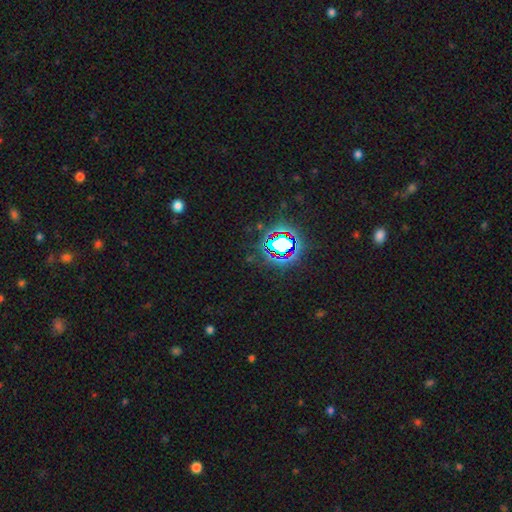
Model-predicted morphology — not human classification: Q: Smooth or featured?
A: star or artifact (80%); runner-up: smooth (12%)